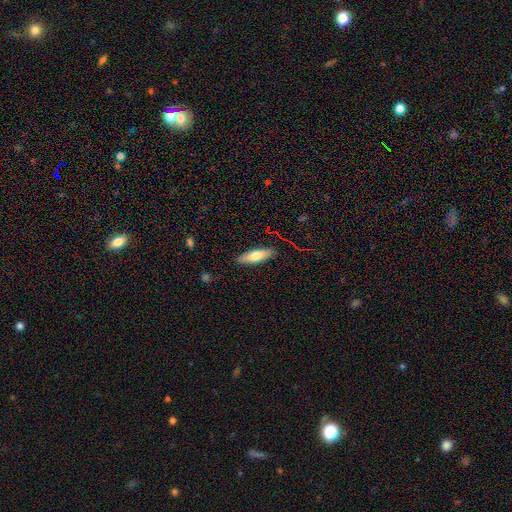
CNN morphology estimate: smooth 69%, featured or disk 24%, star or artifact 6%. Down the decision tree: how rounded — cigar-shaped (54%); merging — none (86%).